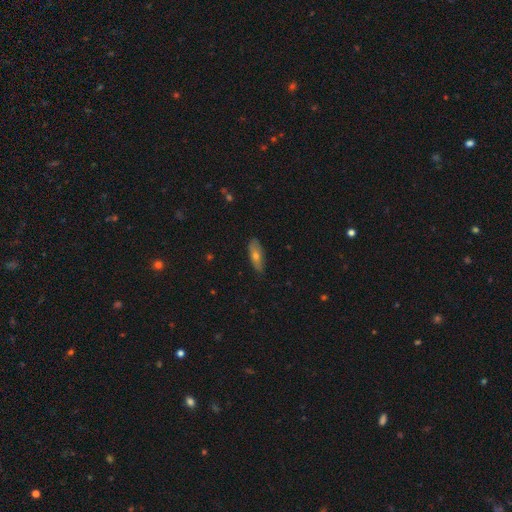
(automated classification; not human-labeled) Smooth or featured?
  - smooth: 55% *
  - featured or disk: 36%
  - star or artifact: 8%
How rounded?
  - in between: 57% *
  - cigar-shaped: 40%
  - round: 3%
Merging?
  - none: 82% *
  - minor disturbance: 14%
  - major disturbance: 2%
  - merger: 1%